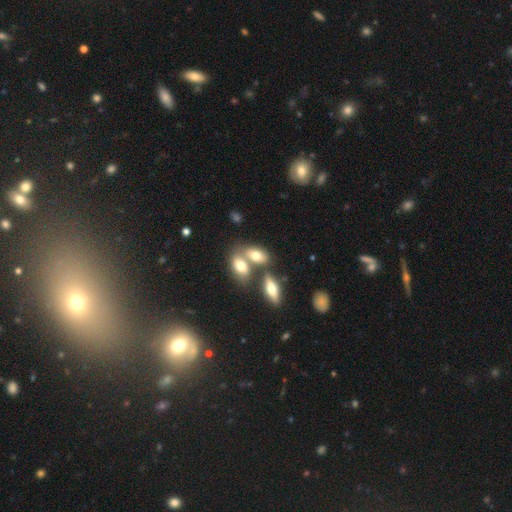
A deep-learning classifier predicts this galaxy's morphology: type=smooth (69%); roundness=in between (86%); merging=merger (51%).